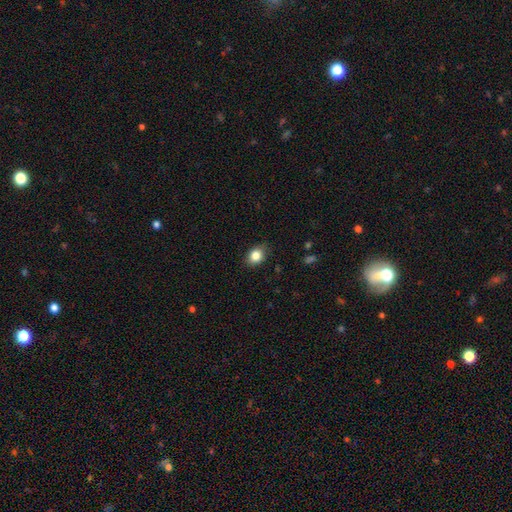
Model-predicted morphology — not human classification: smooth-or-featured: smooth: 83% | star or artifact: 9% | featured or disk: 7%
  how-rounded: in between: 58% | round: 41% | cigar-shaped: 1%
  merging: none: 81% | minor disturbance: 15% | major disturbance: 3% | merger: 1%